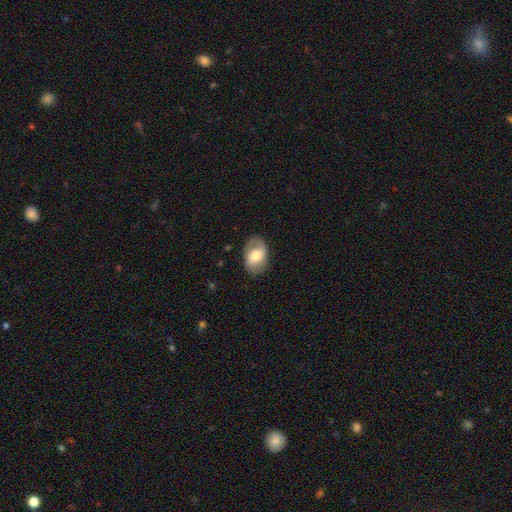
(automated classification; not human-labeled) A smooth galaxy with no disk features (53%) that is in between round and cigar-shaped (86%).

Vote fractions:
- Smooth or featured? smooth: 53% / featured or disk: 40% / star or artifact: 7%
- How rounded? in between: 86% / round: 13% / cigar-shaped: 1%
- Merging? none: 81% / minor disturbance: 14% / major disturbance: 5% / merger: 1%